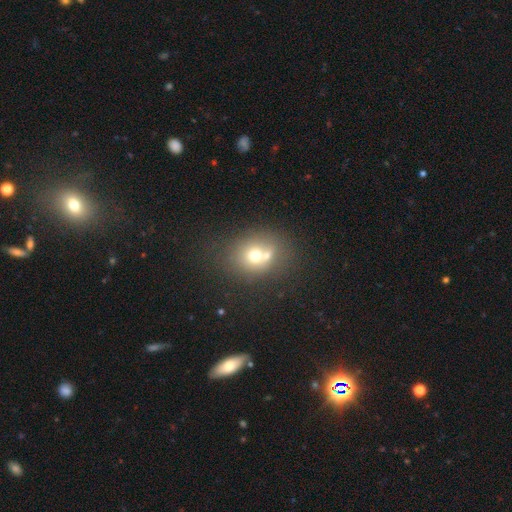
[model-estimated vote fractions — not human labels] A smooth galaxy with no disk features (64%) that is round (66%).

Vote fractions:
- Smooth or featured? smooth: 64% / featured or disk: 21% / star or artifact: 14%
- How rounded? round: 66% / in between: 34% / cigar-shaped: 1%
- Merging? merger: 47% / none: 39% / minor disturbance: 9% / major disturbance: 5%